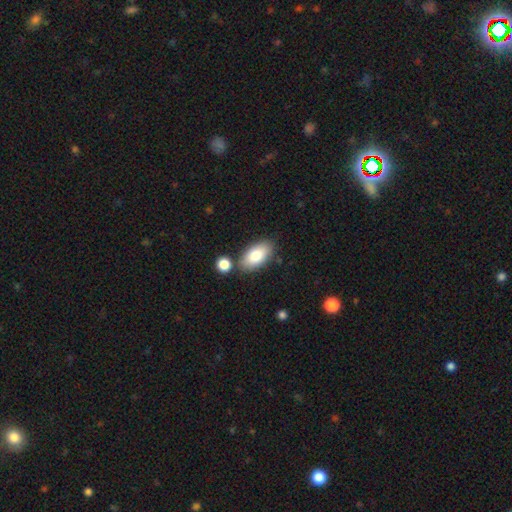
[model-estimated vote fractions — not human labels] smooth_or_featured: smooth (p=0.82) [alt: featured or disk p=0.12]
how_rounded: in between (p=0.93) [alt: cigar-shaped p=0.04]
merging: none (p=0.78) [alt: minor disturbance p=0.11]